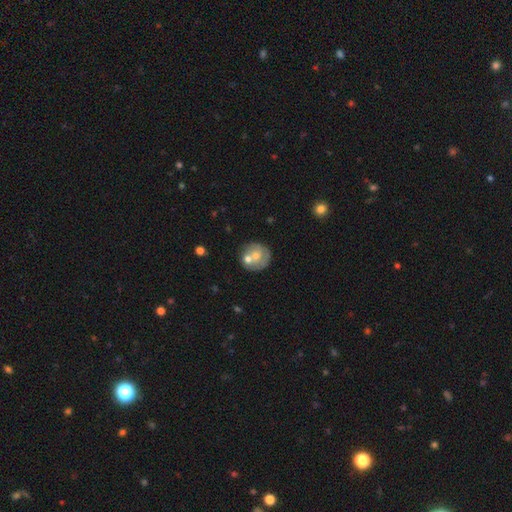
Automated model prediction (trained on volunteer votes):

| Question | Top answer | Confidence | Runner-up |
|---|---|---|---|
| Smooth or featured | smooth | 52% | featured or disk (41%) |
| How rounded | round | 86% | in between (13%) |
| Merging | none | 51% | merger (29%) |